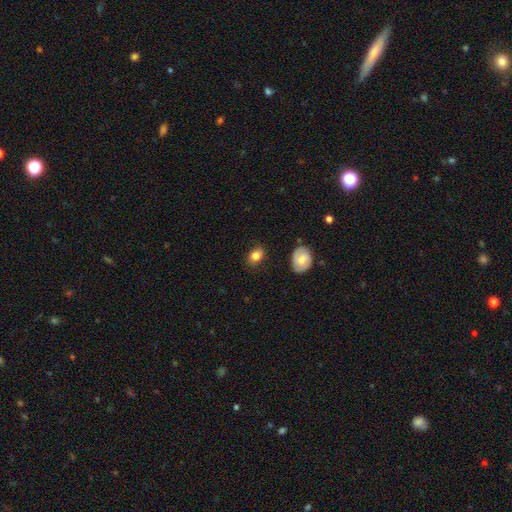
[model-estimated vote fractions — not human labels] Overall: smooth (82%). How rounded: in between (71%). Merging: none (81%).